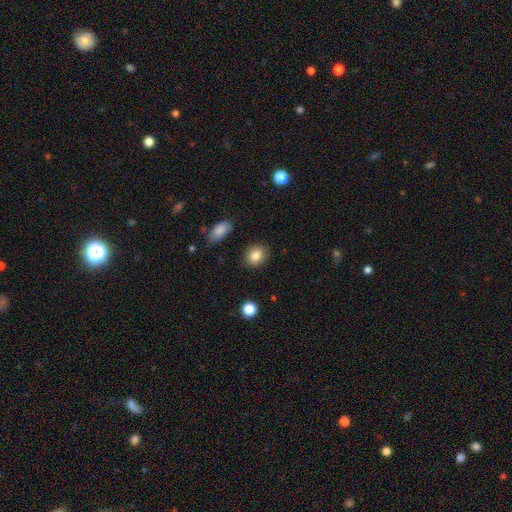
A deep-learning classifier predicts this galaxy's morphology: Q: Smooth or featured?
A: smooth (84%); runner-up: star or artifact (9%)
Q: How rounded?
A: round (60%); runner-up: in between (39%)
Q: Merging?
A: none (88%); runner-up: minor disturbance (8%)